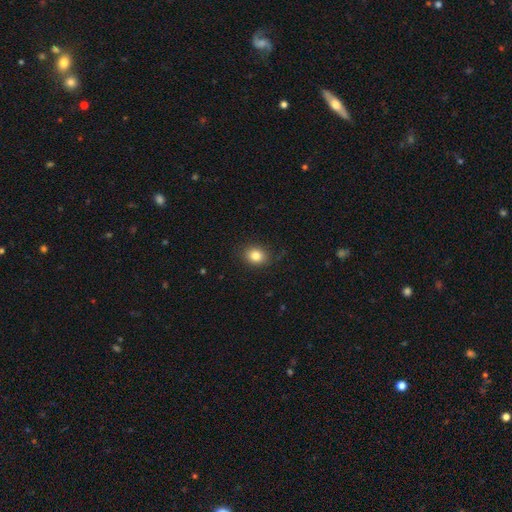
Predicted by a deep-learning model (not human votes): Smooth or featured? Predicted: smooth (p=0.82). How rounded? Predicted: round (p=0.58). Merging? Predicted: none (p=0.85).